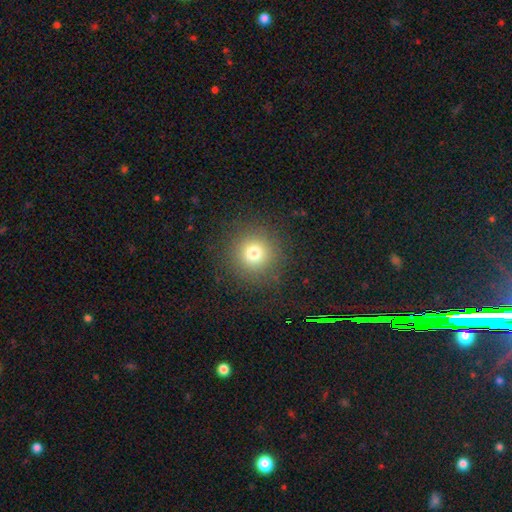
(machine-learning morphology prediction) A smooth galaxy with no disk features (65%) that is round (95%).

Vote fractions:
- Smooth or featured? smooth: 65% / star or artifact: 27% / featured or disk: 8%
- How rounded? round: 95% / in between: 4% / cigar-shaped: 1%
- Merging? none: 91% / minor disturbance: 5% / major disturbance: 2% / merger: 1%